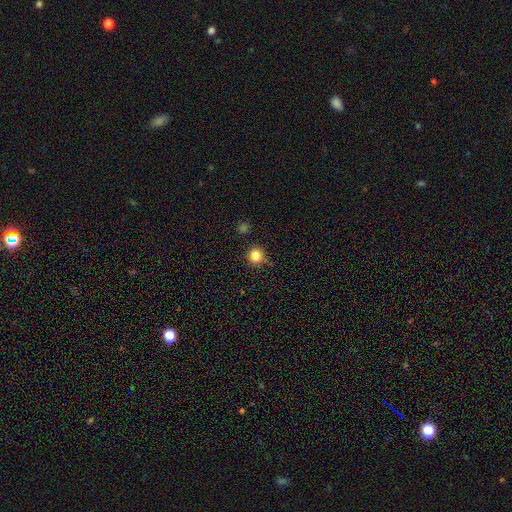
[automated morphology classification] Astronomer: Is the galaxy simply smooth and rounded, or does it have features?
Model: smooth — 83%.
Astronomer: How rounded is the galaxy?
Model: round — 94%.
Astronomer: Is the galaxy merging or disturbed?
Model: none — 87%.